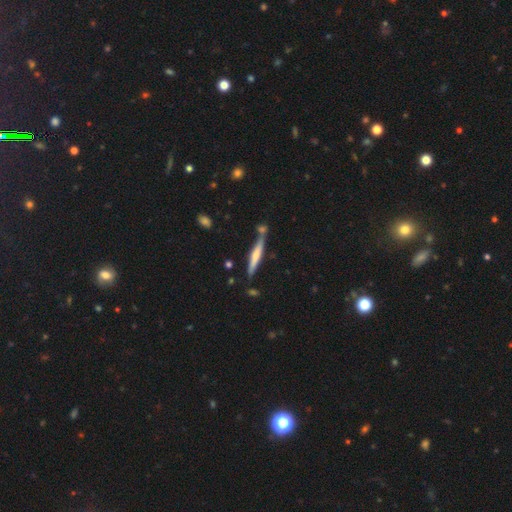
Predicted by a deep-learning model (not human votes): Smooth or featured: featured or disk — 48% (smooth — 46%)
Merging: none — 69% (merger — 14%)